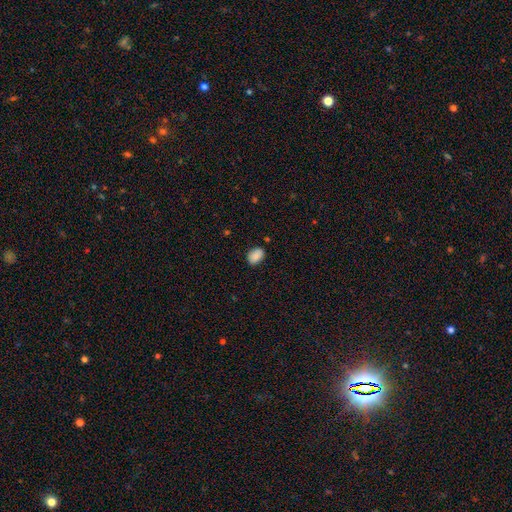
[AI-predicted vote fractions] This is clearly a smooth galaxy (88%). How rounded: likely in between (78%). Merging: clearly none (83%).